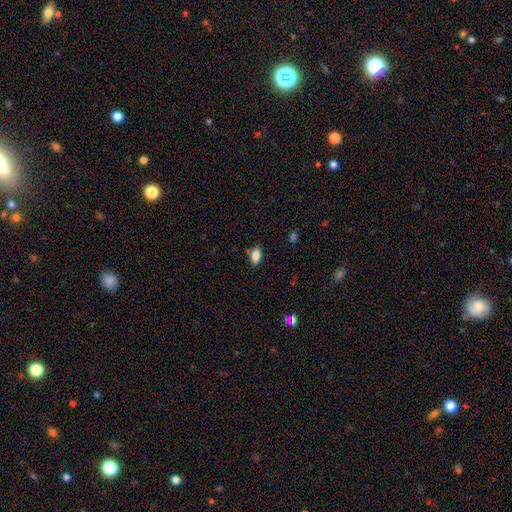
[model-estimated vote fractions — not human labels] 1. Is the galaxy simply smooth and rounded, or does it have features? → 85% smooth, 9% star or artifact, 6% featured or disk.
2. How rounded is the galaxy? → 90% in between, 6% round, 4% cigar-shaped.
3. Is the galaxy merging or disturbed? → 80% none, 14% minor disturbance, 3% merger, 3% major disturbance.